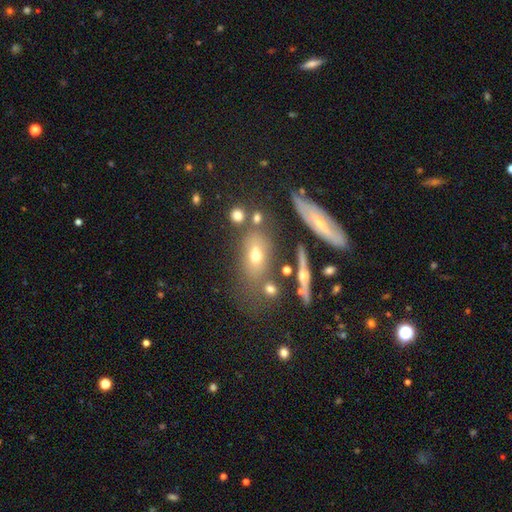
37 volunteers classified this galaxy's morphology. type=smooth (70%); roundness=in between (77%); merging=none (50%).